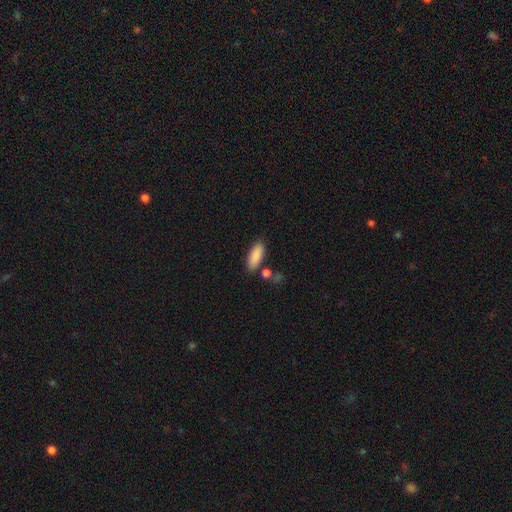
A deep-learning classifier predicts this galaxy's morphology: smooth 88%, star or artifact 6%, featured or disk 6%. Down the decision tree: how rounded — in between (76%); merging — none (78%).